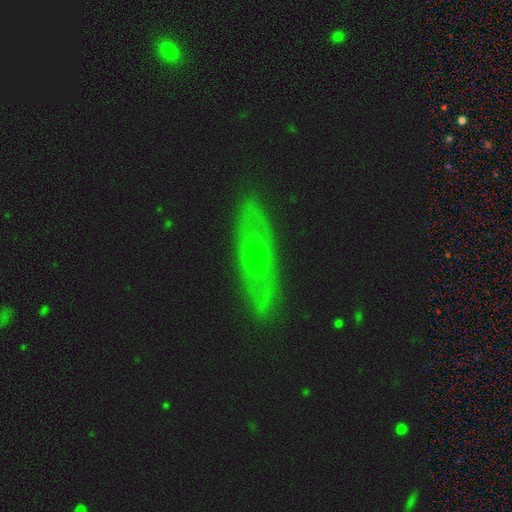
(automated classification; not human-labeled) A featured or disk galaxy (60%). Merging: none (84%).